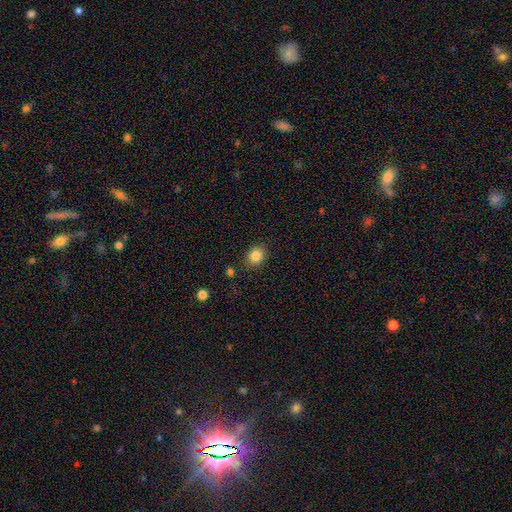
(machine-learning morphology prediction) This is clearly a smooth galaxy (85%). How rounded: likely round (62%). Merging: clearly none (84%).